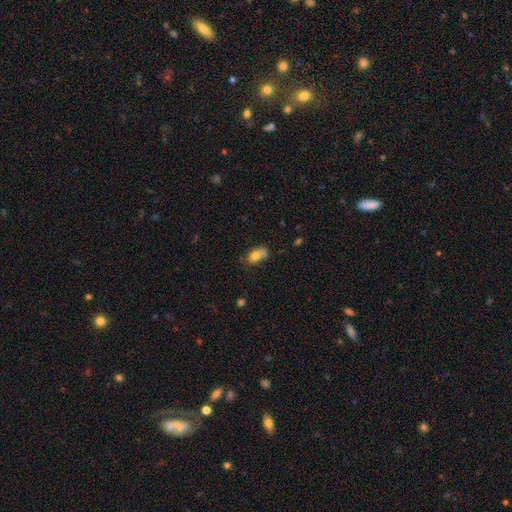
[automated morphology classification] This is likely a smooth galaxy (76%). How rounded: clearly in between (86%). Merging: possibly none (53%).